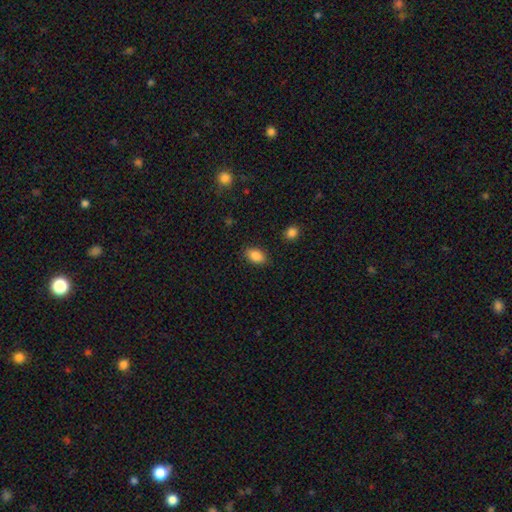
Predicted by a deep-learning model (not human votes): smooth-or-featured: smooth: 87% | star or artifact: 8% | featured or disk: 4%
  how-rounded: in between: 89% | round: 9% | cigar-shaped: 2%
  merging: none: 86% | minor disturbance: 10% | major disturbance: 3% | merger: 1%